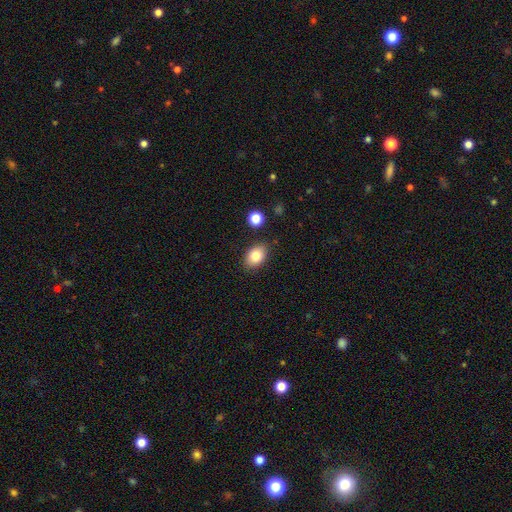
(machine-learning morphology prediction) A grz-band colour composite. It shows a smooth galaxy with no disk features (82%) that is in between round and cigar-shaped (80%). Merging: none (85%).